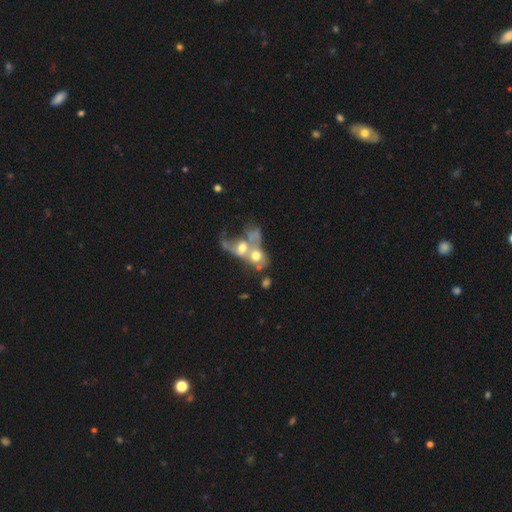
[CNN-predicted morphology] smooth-or-featured: smooth: 43% (tied) | featured or disk: 43% (tied) | star or artifact: 13%
  merging: merger: 75% | major disturbance: 13% | none: 8% | minor disturbance: 4%